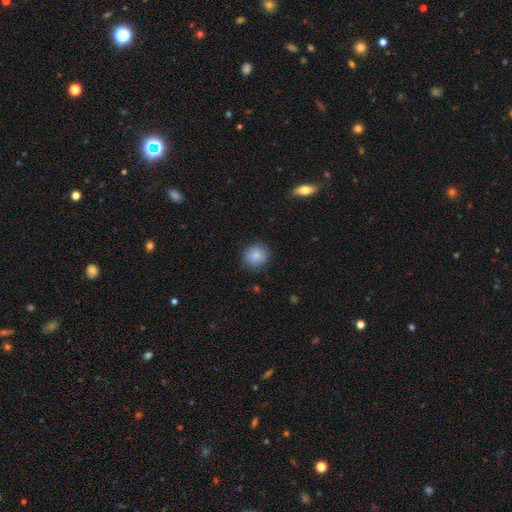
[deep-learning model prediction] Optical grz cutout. It shows a smooth galaxy with no disk features (84%) that is round (89%). Merging: none (85%).